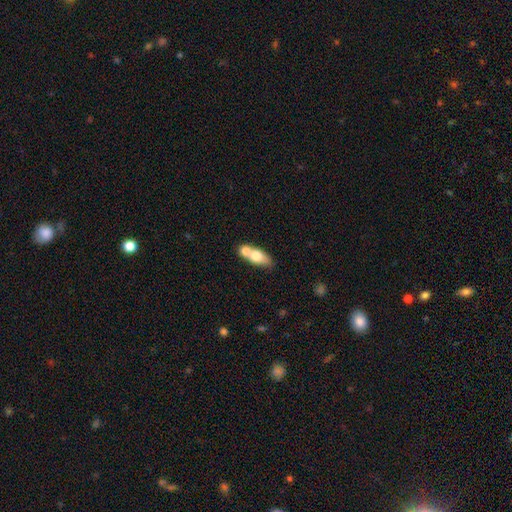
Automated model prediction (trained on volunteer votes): Smooth or featured? smooth (66%)
How rounded? in between (70%)
Merging? merger (51%)